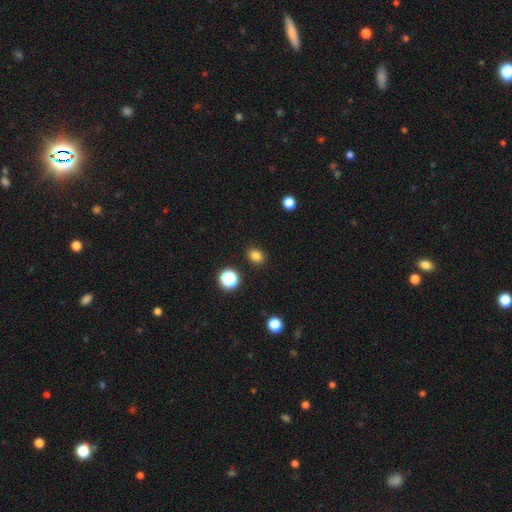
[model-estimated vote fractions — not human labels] Smooth or featured? smooth (82%)
How rounded? in between (53%)
Merging? none (88%)